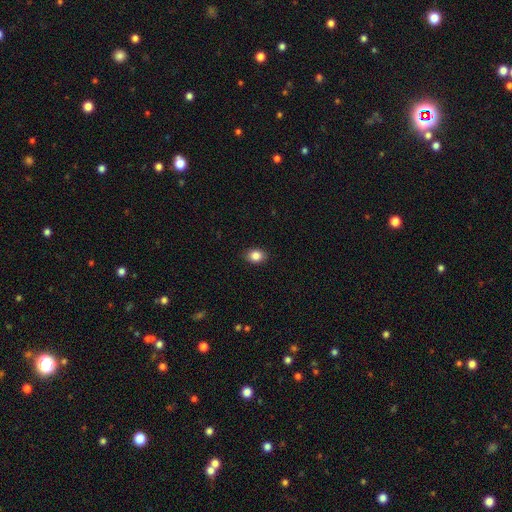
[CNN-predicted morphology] smooth-or-featured: smooth: 86% | star or artifact: 9% | featured or disk: 5%
  how-rounded: in between: 58% | round: 41% | cigar-shaped: 1%
  merging: none: 89% | minor disturbance: 9% | major disturbance: 2% | merger: 1%